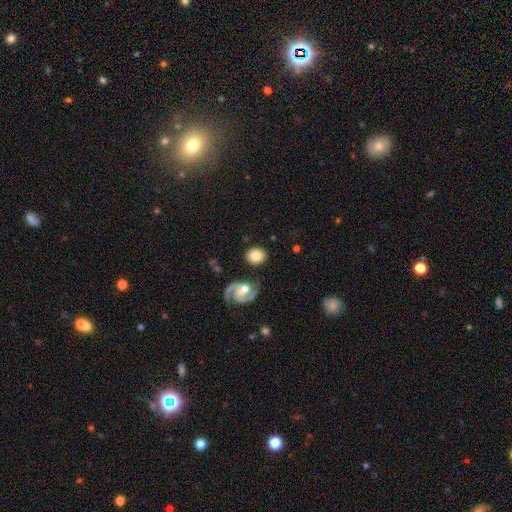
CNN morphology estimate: The model was most divided on "how rounded": round: 63%, in between: 36%, cigar-shaped: 1%. More confident: merging — none (80%); smooth or featured — smooth (73%).